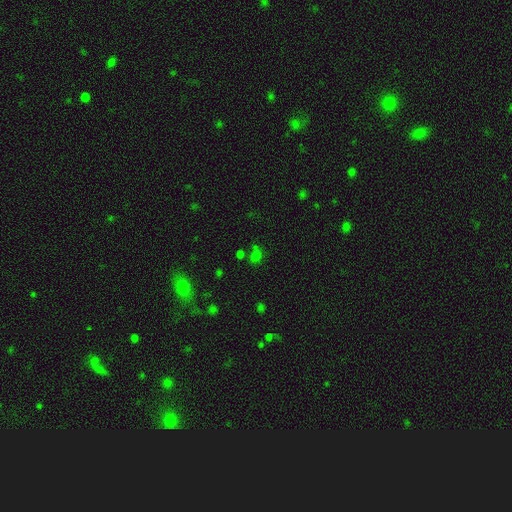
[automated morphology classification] Smooth or featured?
  - smooth: 53% *
  - star or artifact: 39%
  - featured or disk: 8%
How rounded?
  - round: 50% *
  - in between: 48%
  - cigar-shaped: 2%
Merging?
  - none: 59% *
  - merger: 18%
  - minor disturbance: 14%
  - major disturbance: 8%